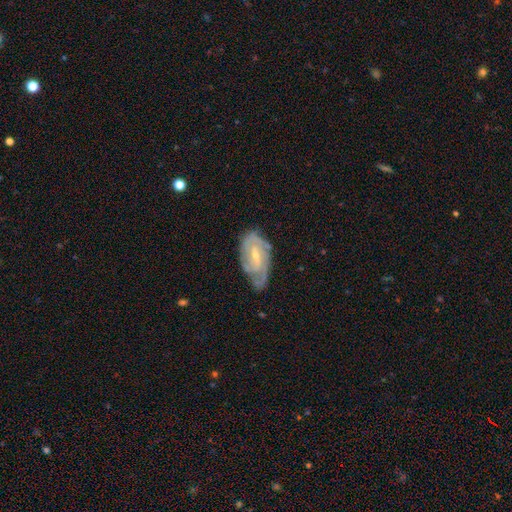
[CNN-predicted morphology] The model was most divided on "spiral winding": tight: 54%, medium: 37%, loose: 9%. More confident: edge-on disk — no (96%); spiral arms — yes (95%); smooth or featured — featured or disk (84%); bulge size — small (64%); merging — none (62%); bar — weak (54%); spiral arm count — 2 (50%).